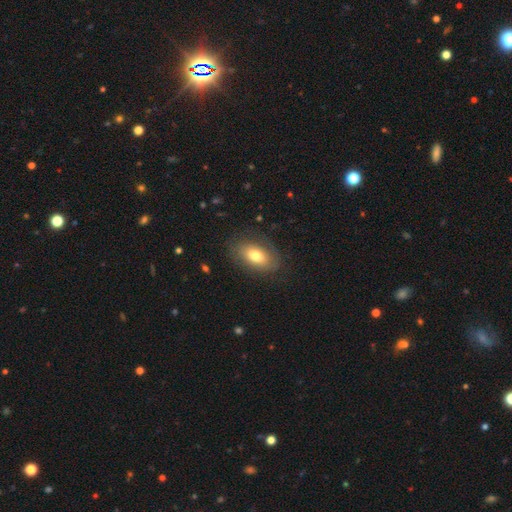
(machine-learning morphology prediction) A smooth galaxy with no disk features (70%) that is in between round and cigar-shaped (89%). Merging: none (79%).